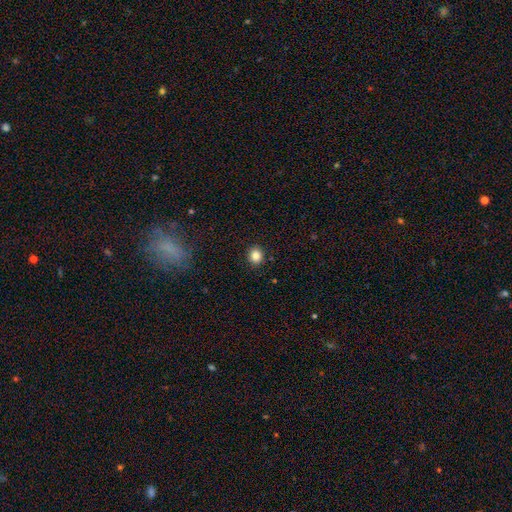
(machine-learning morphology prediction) Overall: smooth (85%). How rounded: round (77%). Merging: none (91%).